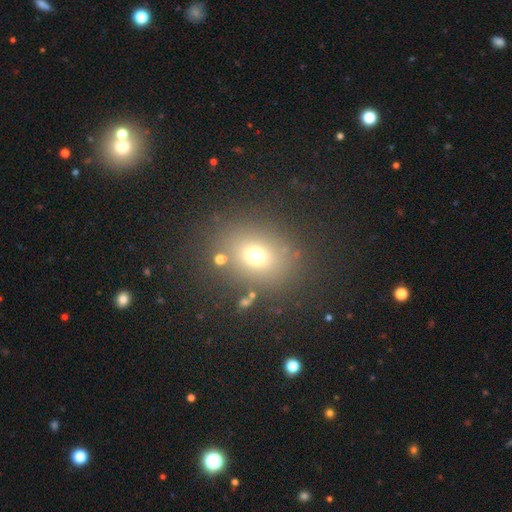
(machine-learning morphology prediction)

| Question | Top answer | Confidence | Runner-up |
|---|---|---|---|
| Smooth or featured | smooth | 68% | star or artifact (20%) |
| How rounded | round | 54% | in between (44%) |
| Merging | none | 80% | minor disturbance (10%) |